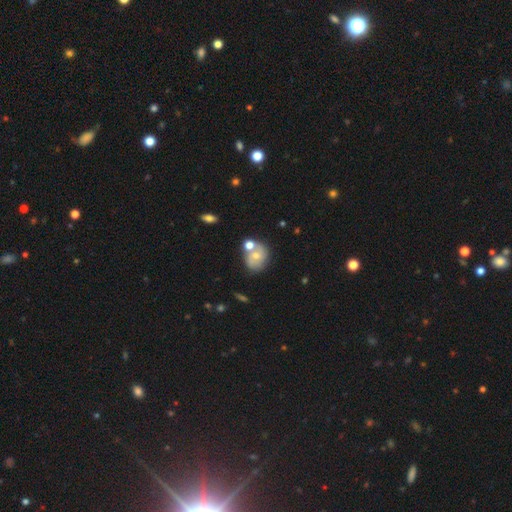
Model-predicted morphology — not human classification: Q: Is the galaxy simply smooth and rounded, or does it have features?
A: smooth — 46%.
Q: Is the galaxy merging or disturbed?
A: none — 54%.